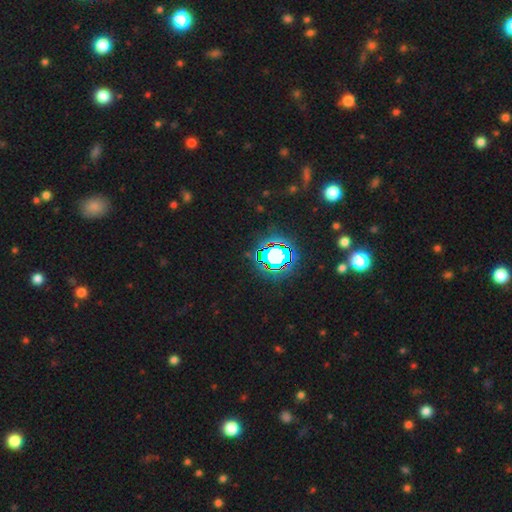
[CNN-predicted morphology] smooth-or-featured: star or artifact: 78% | smooth: 14% | featured or disk: 8%